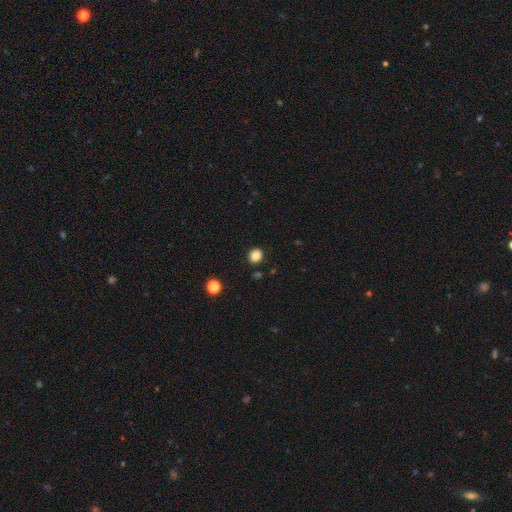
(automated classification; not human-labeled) smooth-or-featured: smooth: 86% | star or artifact: 11% | featured or disk: 3%
  how-rounded: round: 75% | in between: 24% | cigar-shaped: 1%
  merging: none: 88% | minor disturbance: 7% | major disturbance: 2% | merger: 2%